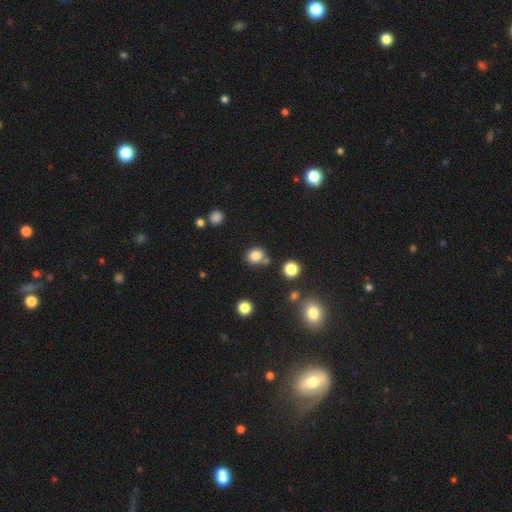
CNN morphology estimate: Q: Smooth or featured?
A: smooth (81%); runner-up: star or artifact (13%)
Q: How rounded?
A: round (74%); runner-up: in between (25%)
Q: Merging?
A: none (68%); runner-up: merger (16%)